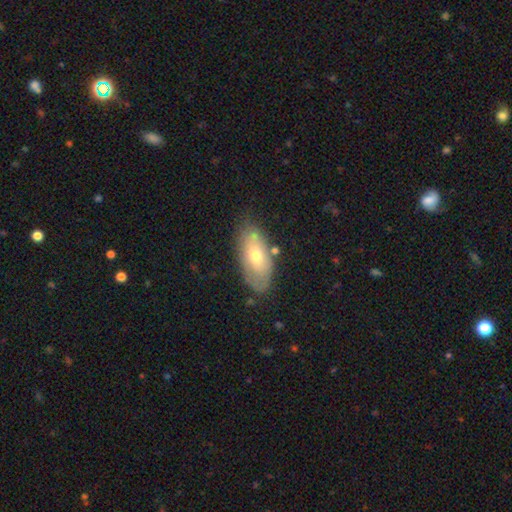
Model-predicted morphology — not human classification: smooth_or_featured: smooth (p=0.56) [alt: featured or disk p=0.37]
how_rounded: in between (p=0.88) [alt: cigar-shaped p=0.08]
merging: none (p=0.69) [alt: minor disturbance p=0.21]